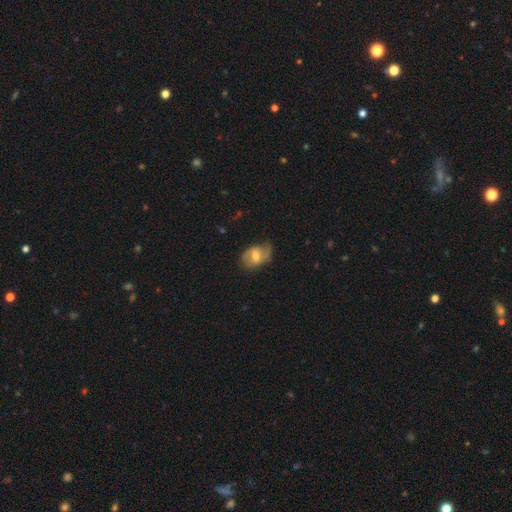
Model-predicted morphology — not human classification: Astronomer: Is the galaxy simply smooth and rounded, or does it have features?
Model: featured or disk — 55% (runner-up: smooth, 38%).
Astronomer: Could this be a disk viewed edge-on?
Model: no — 96%.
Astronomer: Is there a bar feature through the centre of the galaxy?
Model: weak — 50% (runner-up: no, 35%).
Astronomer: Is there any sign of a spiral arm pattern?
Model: yes — 78%.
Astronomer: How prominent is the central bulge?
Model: moderate — 65%.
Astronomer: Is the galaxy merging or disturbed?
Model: none — 59%.